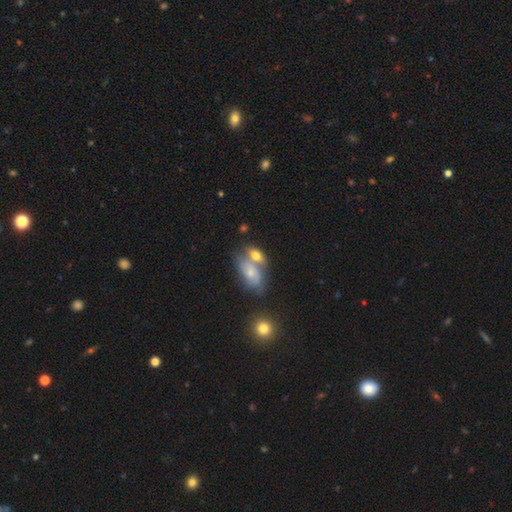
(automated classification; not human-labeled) Smooth or featured? Predicted: smooth (p=0.48). Merging? Predicted: merger (p=0.42).